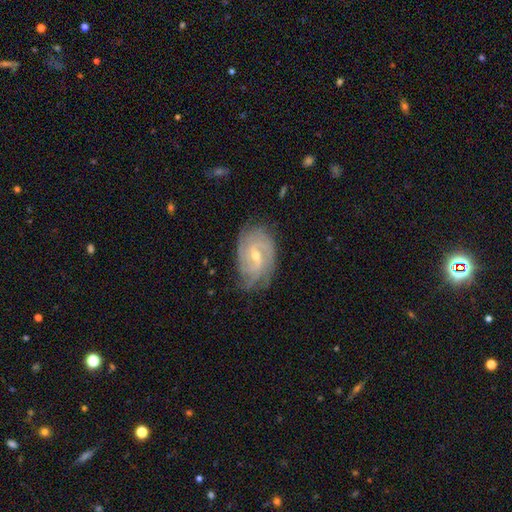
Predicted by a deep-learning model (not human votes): A featured or disk galaxy (85%) with a weak bar (54%), tight (61%) spiral arms (96%) and a small central bulge (54%). Merging: none (74%).